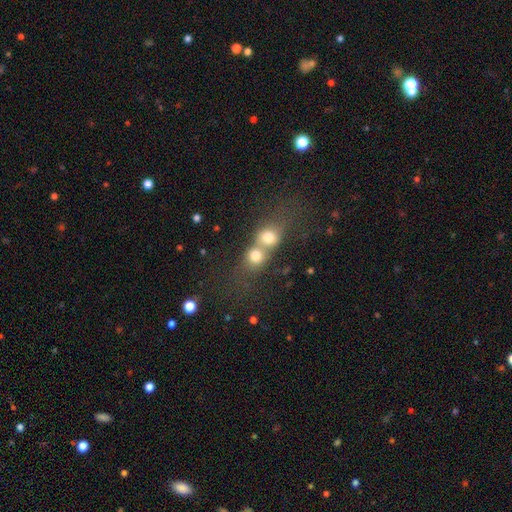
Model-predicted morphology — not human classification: Overall: smooth (72%). How rounded: round (74%). Merging: merger (71%).